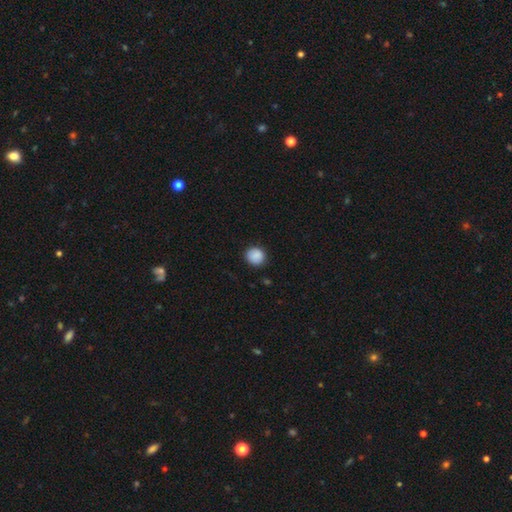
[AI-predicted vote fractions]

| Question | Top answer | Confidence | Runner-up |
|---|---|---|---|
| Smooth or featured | smooth | 89% | star or artifact (8%) |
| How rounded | round | 87% | in between (12%) |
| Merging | none | 88% | minor disturbance (9%) |